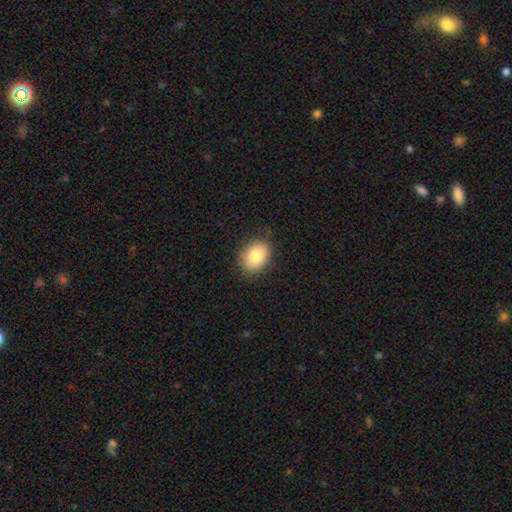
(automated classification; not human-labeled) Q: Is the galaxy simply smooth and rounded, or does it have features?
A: smooth — 83%.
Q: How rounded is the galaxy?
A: in between — 69%.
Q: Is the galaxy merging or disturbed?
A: none — 83%.